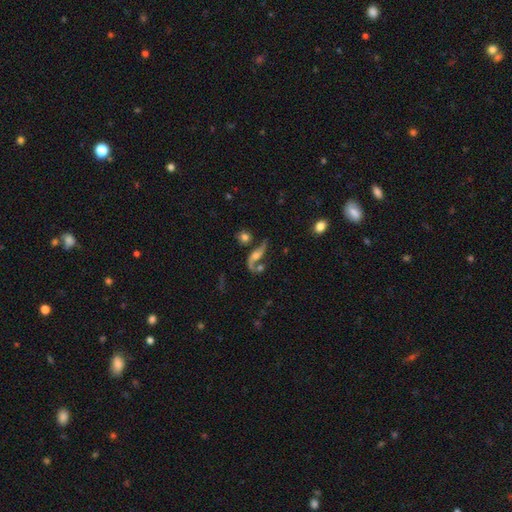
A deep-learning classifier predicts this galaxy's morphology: Smooth or featured? Predicted: featured or disk (p=0.72). Edge-on disk? Predicted: no (p=0.88). Bar? Predicted: no (p=0.64). Spiral arms? Predicted: yes (p=0.86). Spiral winding? Predicted: loose (p=0.83). Spiral arm count? Predicted: 2 (p=0.74). Bulge size? Predicted: moderate (p=0.44). Merging? Predicted: none (p=0.37).